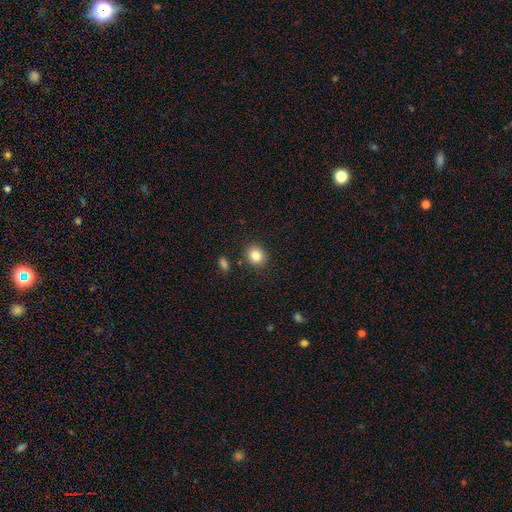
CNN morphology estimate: The model was most divided on "how rounded": round: 65%, in between: 34%, cigar-shaped: 1%. More confident: merging — none (87%); smooth or featured — smooth (84%).